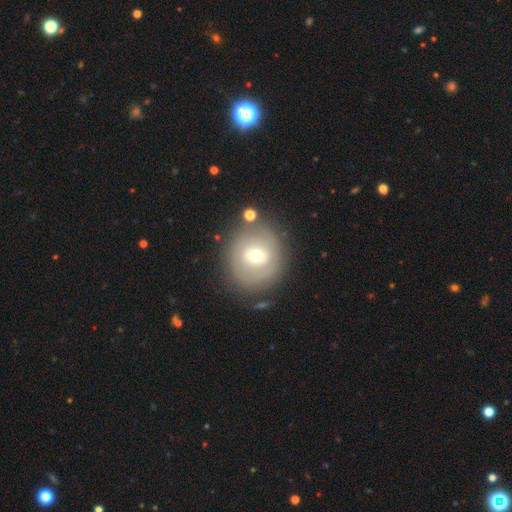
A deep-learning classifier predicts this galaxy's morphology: Q: Smooth or featured?
A: smooth (48%); runner-up: featured or disk (43%)
Q: Merging?
A: none (74%); runner-up: minor disturbance (15%)